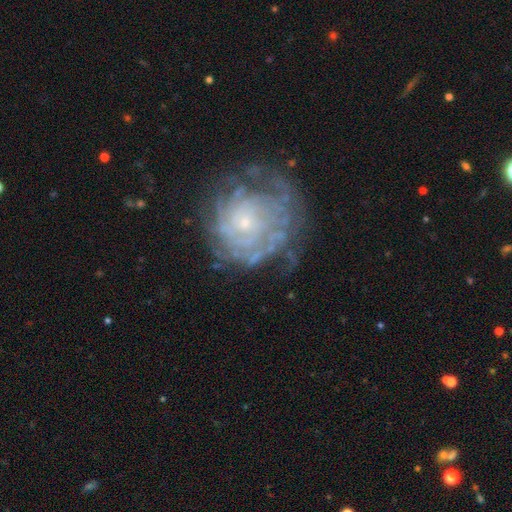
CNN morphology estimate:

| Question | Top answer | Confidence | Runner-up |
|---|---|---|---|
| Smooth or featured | featured or disk | 81% | smooth (11%) |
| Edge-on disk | no | 98% | yes (2%) |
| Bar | no | 79% | weak (17%) |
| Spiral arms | yes | 88% | no (12%) |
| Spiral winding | tight | 71% | medium (21%) |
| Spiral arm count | can't tell | 42% | 4 (17%) |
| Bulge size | small | 80% | moderate (13%) |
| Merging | none | 59% | minor disturbance (21%) |